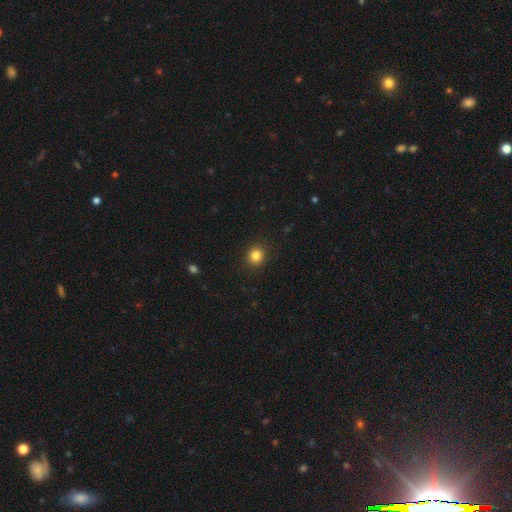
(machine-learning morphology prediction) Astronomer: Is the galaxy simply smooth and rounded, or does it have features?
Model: smooth — 83%.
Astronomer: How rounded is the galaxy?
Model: round — 85%.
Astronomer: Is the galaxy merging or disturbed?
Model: none — 91%.